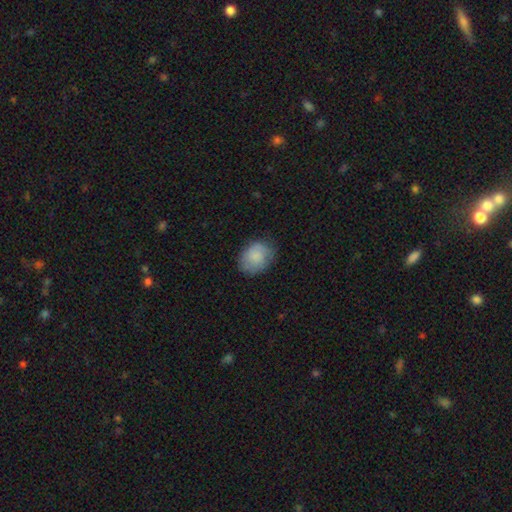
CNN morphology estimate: smooth-or-featured: smooth: 78% | featured or disk: 15% | star or artifact: 7%
  how-rounded: in between: 59% | round: 40% | cigar-shaped: 1%
  merging: none: 71% | minor disturbance: 22% | major disturbance: 6% | merger: 1%